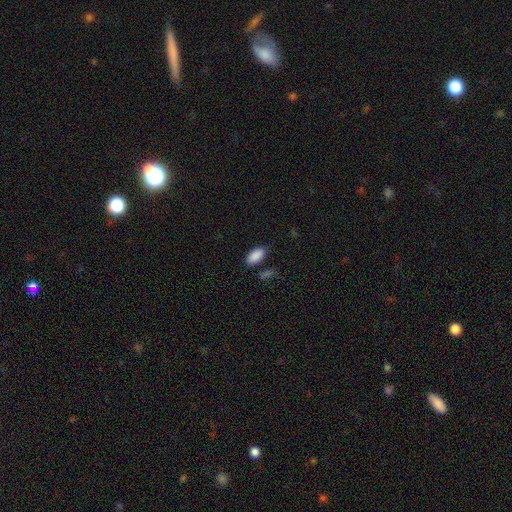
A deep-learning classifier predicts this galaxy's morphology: Smooth or featured? Predicted: smooth (p=0.89). How rounded? Predicted: in between (p=0.94). Merging? Predicted: none (p=0.79).